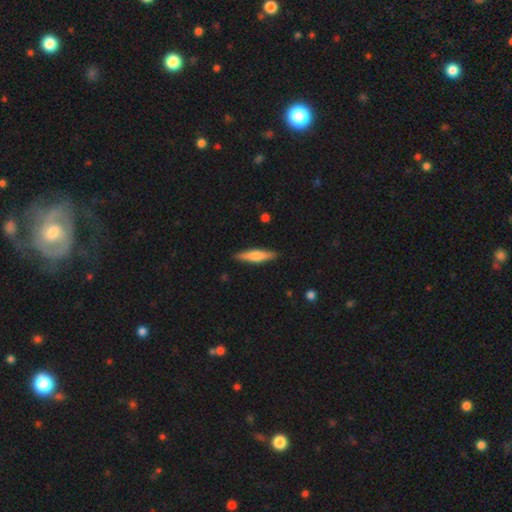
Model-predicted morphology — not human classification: A smooth galaxy with no disk features (55%) that is cigar-shaped (79%). Merging: none (89%).